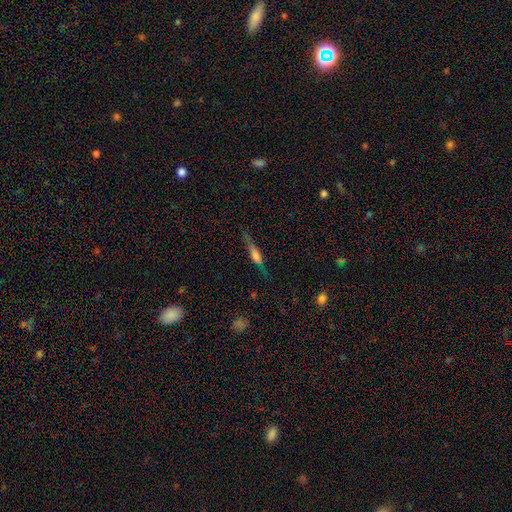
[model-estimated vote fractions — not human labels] featured or disk 58%, smooth 32%, star or artifact 10%. Down the decision tree: edge-on disk — yes (94%); edge-on bulge — rounded (57%); merging — none (78%).